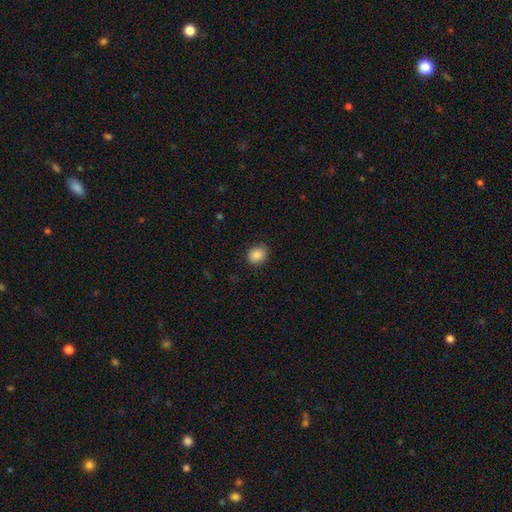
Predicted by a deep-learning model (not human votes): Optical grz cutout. It shows a smooth galaxy with no disk features (88%) that is round (62%). Merging: none (87%).